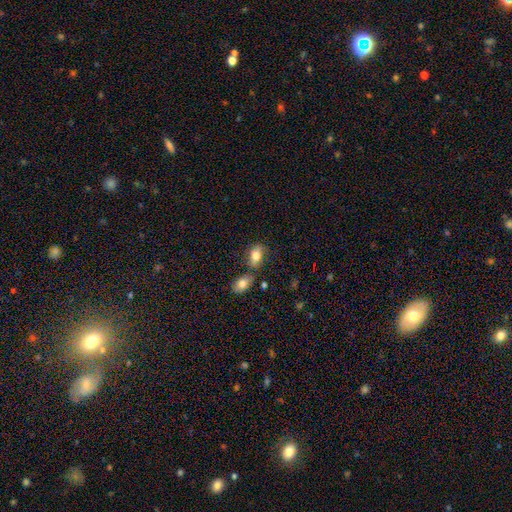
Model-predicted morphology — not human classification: smooth 80%, featured or disk 11%, star or artifact 9%. Down the decision tree: how rounded — in between (87%); merging — none (56%).